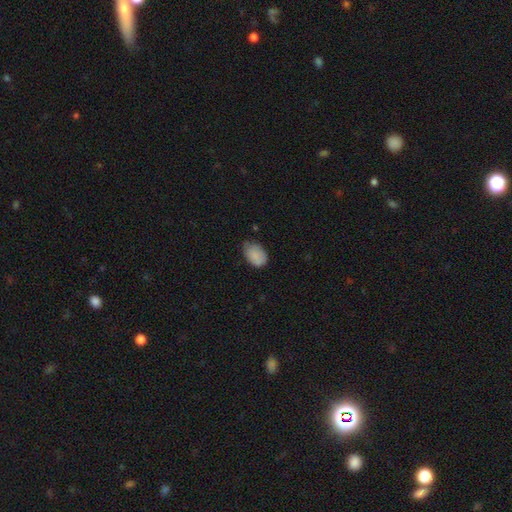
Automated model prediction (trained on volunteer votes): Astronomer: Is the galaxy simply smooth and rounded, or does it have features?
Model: smooth — 87%.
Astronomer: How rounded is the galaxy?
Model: in between — 86%.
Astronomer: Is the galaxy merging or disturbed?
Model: none — 54% (runner-up: minor disturbance, 38%).